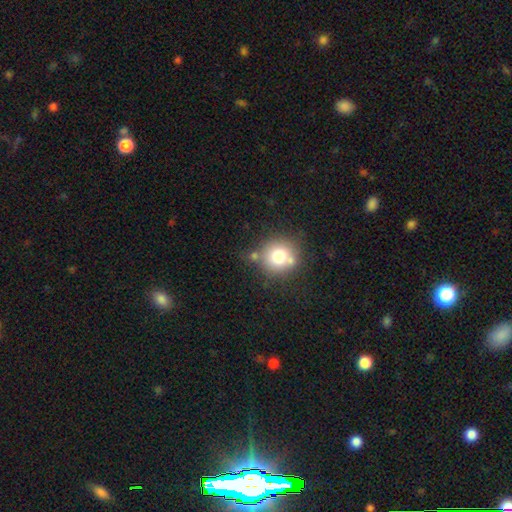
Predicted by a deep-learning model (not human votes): Smooth or featured? Predicted: smooth (p=0.74). How rounded? Predicted: round (p=0.90). Merging? Predicted: none (p=0.71).